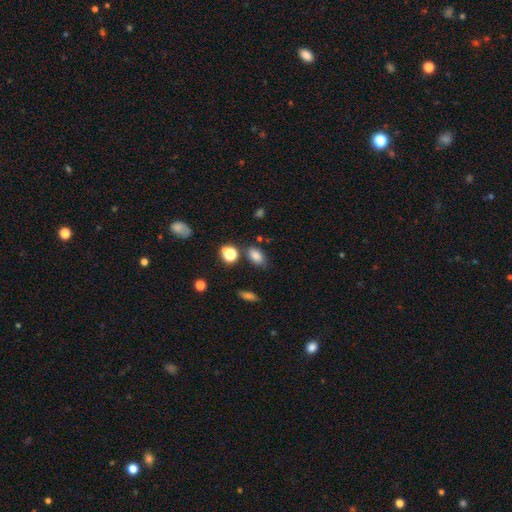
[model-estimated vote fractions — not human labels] Smooth or featured? smooth (80%)
How rounded? in between (84%)
Merging? none (74%)